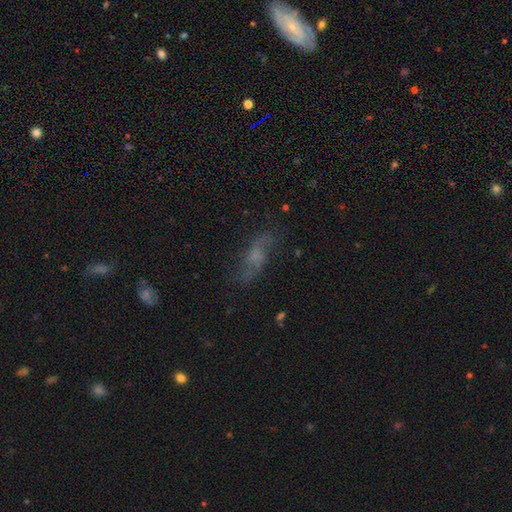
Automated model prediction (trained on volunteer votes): Q: Smooth or featured?
A: featured or disk (58%); runner-up: smooth (27%)
Q: Edge-on disk?
A: no (85%); runner-up: yes (15%)
Q: Merging?
A: none (69%); runner-up: minor disturbance (19%)